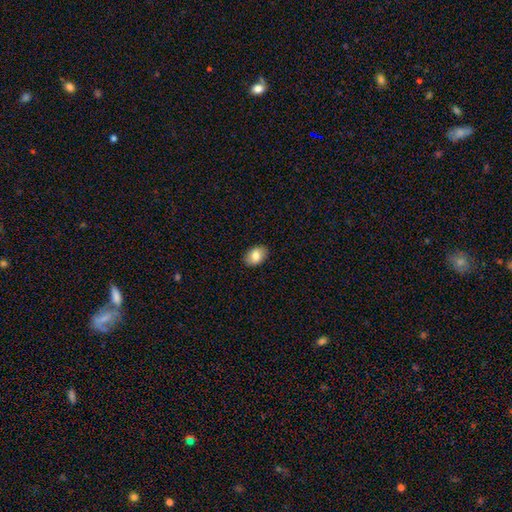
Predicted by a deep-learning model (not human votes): Overall: smooth (81%). How rounded: in between (84%). Merging: none (89%).